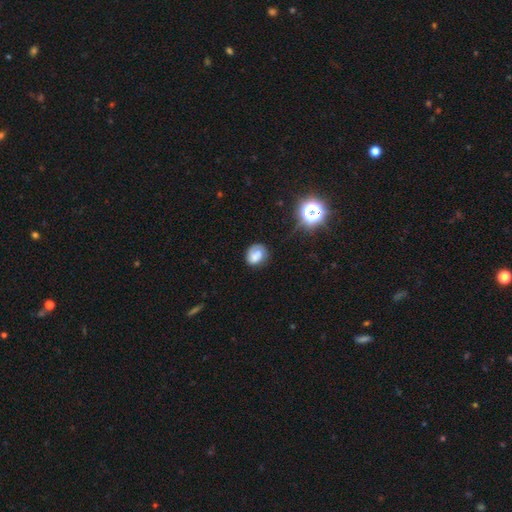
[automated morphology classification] A smooth galaxy with no disk features (61%) that is round (62%). Merging: none (60%).